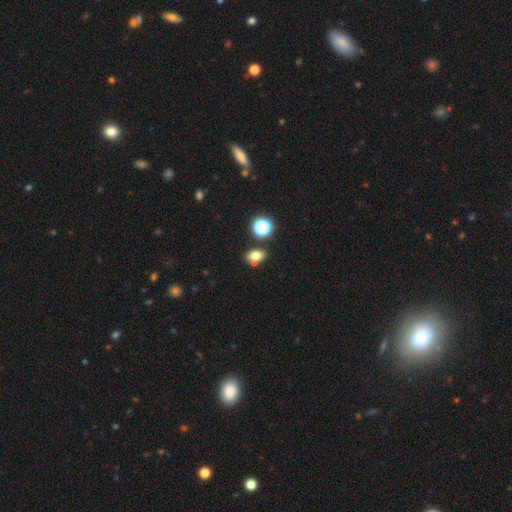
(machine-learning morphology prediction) The model was most divided on "how rounded": in between: 74%, round: 24%, cigar-shaped: 2%. More confident: smooth or featured — smooth (75%); merging — none (71%).